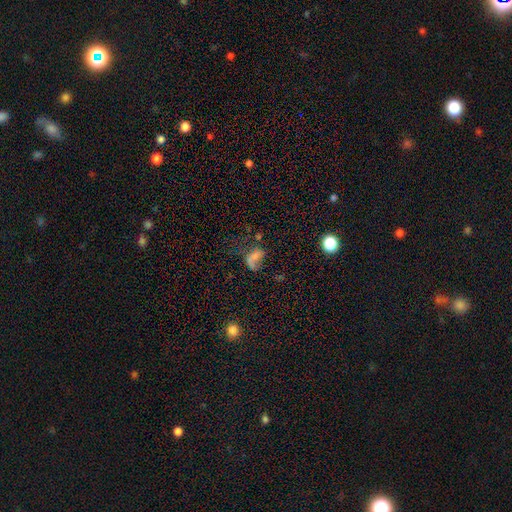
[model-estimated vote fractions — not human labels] Smooth or featured?
  - smooth: 49% *
  - featured or disk: 30%
  - star or artifact: 21%
Merging?
  - major disturbance: 42% *
  - none: 27%
  - minor disturbance: 17%
  - merger: 14%